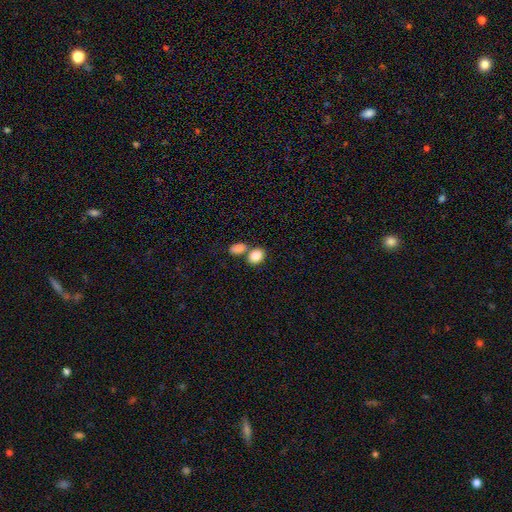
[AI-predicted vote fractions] Smooth or featured: smooth — 86% (star or artifact — 8%)
How rounded: in between — 61% (round — 38%)
Merging: none — 48% (merger — 40%)